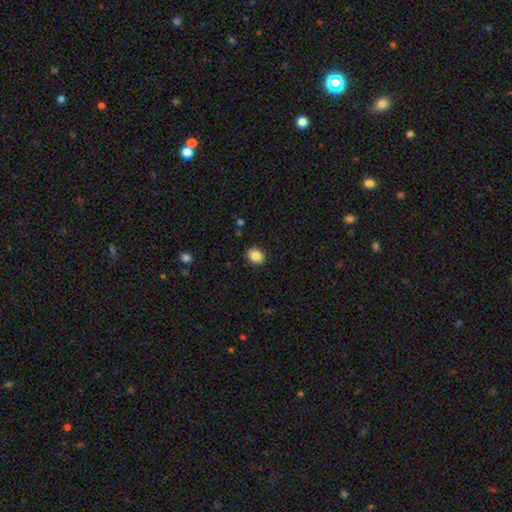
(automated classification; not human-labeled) Overall: smooth (86%). How rounded: in between (53%; round 46%). Merging: none (90%).